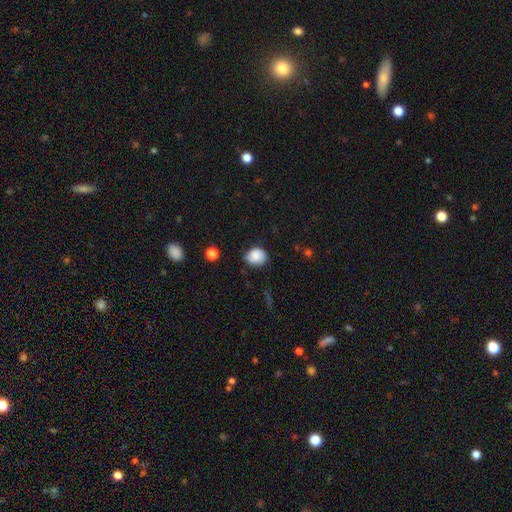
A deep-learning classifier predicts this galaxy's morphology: Smooth or featured? Predicted: smooth (p=0.85). How rounded? Predicted: round (p=0.61). Merging? Predicted: none (p=0.72).